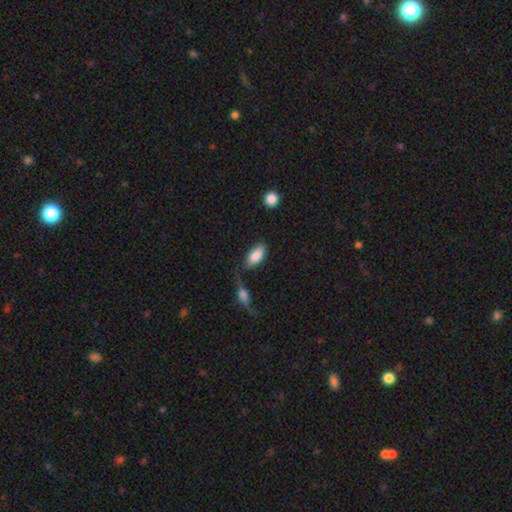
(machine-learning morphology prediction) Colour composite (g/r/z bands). It shows a smooth galaxy with no disk features (84%) that is in between round and cigar-shaped (92%). Merging: none (60%).